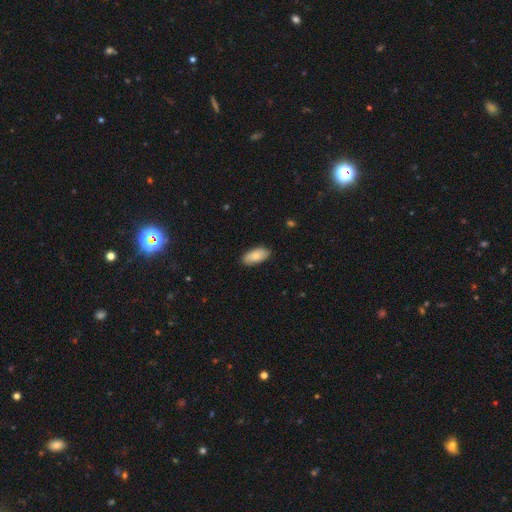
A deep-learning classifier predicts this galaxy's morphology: Smooth or featured?
  - smooth: 79% *
  - featured or disk: 15%
  - star or artifact: 6%
How rounded?
  - in between: 92% *
  - cigar-shaped: 6%
  - round: 2%
Merging?
  - none: 85% *
  - minor disturbance: 12%
  - major disturbance: 2%
  - merger: 1%